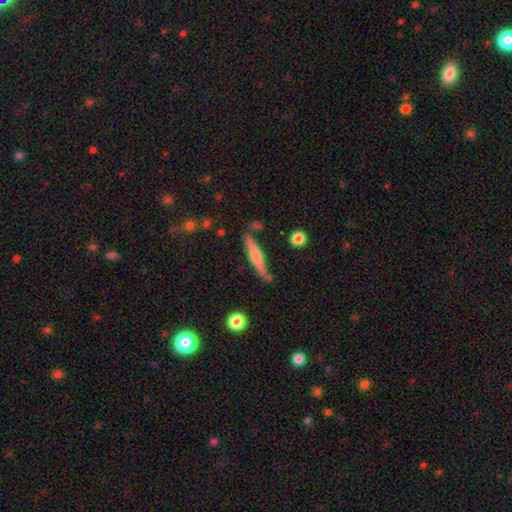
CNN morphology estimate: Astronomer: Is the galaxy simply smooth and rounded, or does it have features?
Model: featured or disk — 50% (runner-up: smooth, 44%).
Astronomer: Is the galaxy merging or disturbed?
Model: none — 75%.